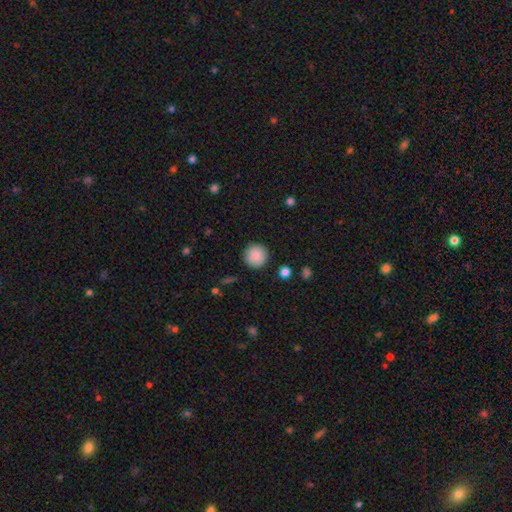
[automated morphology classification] Smooth or featured? smooth (89%)
How rounded? round (96%)
Merging? none (91%)